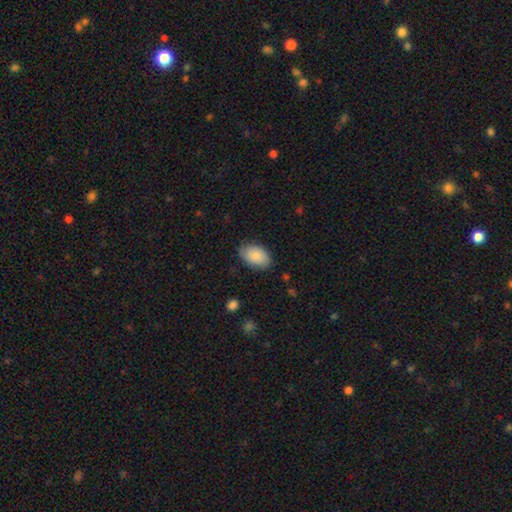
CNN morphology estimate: Q: Smooth or featured?
A: smooth (82%); runner-up: featured or disk (11%)
Q: How rounded?
A: in between (91%); runner-up: round (8%)
Q: Merging?
A: none (78%); runner-up: minor disturbance (18%)